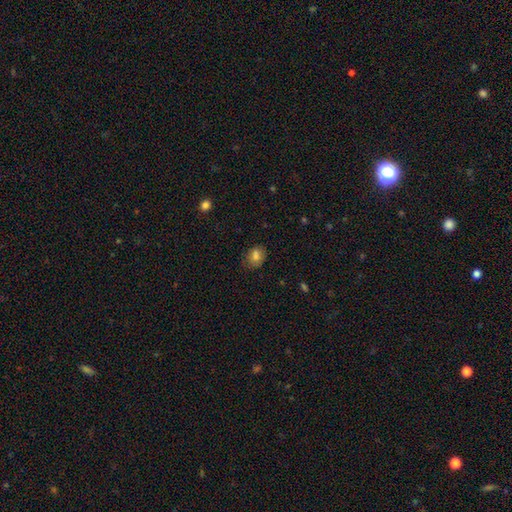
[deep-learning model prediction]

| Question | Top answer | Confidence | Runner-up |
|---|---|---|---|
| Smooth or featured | smooth | 78% | star or artifact (11%) |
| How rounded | in between | 59% | round (39%) |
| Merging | none | 74% | minor disturbance (19%) |